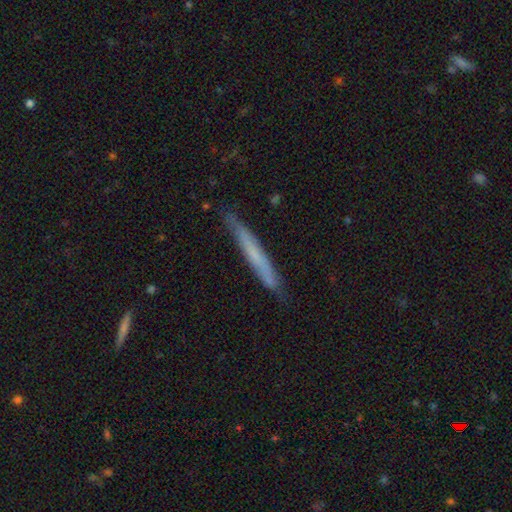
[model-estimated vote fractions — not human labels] smooth 52%, featured or disk 42%, star or artifact 6%. Down the decision tree: how rounded — cigar-shaped (97%); merging — none (85%).